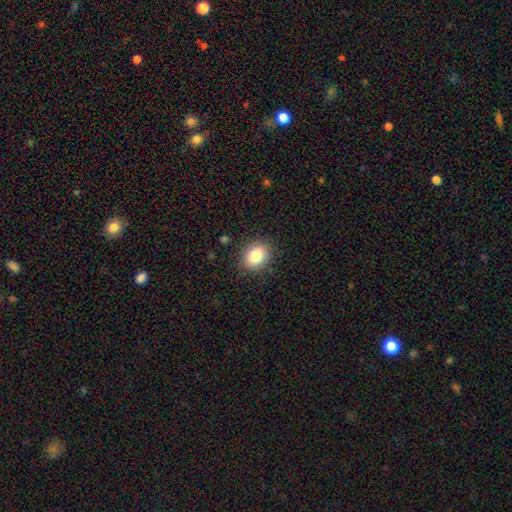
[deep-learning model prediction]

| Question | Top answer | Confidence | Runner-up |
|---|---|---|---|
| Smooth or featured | smooth | 84% | star or artifact (9%) |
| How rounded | in between | 60% | round (39%) |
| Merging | none | 87% | minor disturbance (9%) |